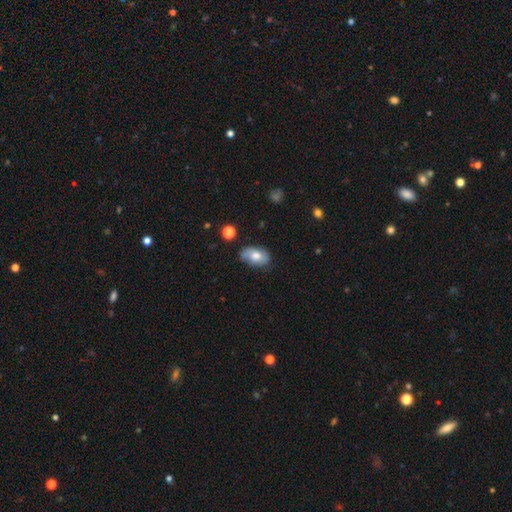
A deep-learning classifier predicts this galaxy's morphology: Overall: smooth (61%; featured or disk 31%). How rounded: in between (87%). Merging: none (63%; minor disturbance 27%).